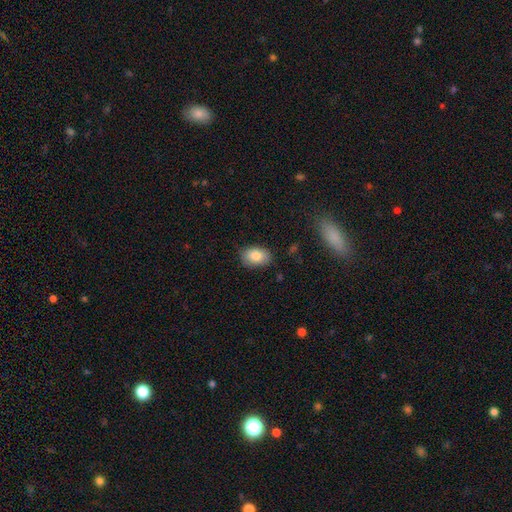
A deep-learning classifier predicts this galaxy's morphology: smooth_or_featured: smooth (p=0.85) [alt: star or artifact p=0.08]
how_rounded: in between (p=0.87) [alt: round p=0.12]
merging: none (p=0.81) [alt: minor disturbance p=0.15]